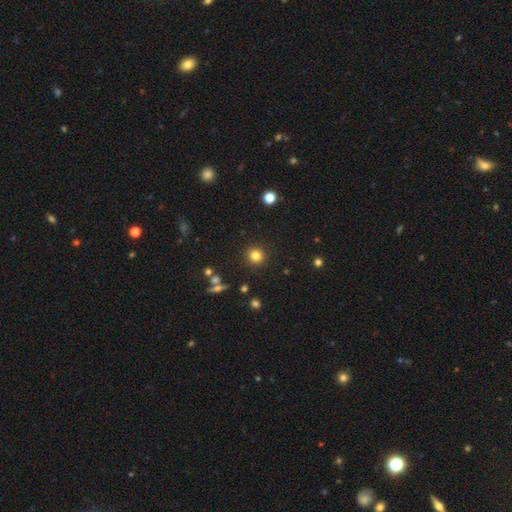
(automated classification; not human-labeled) Smooth or featured? smooth (80%)
How rounded? round (92%)
Merging? none (90%)